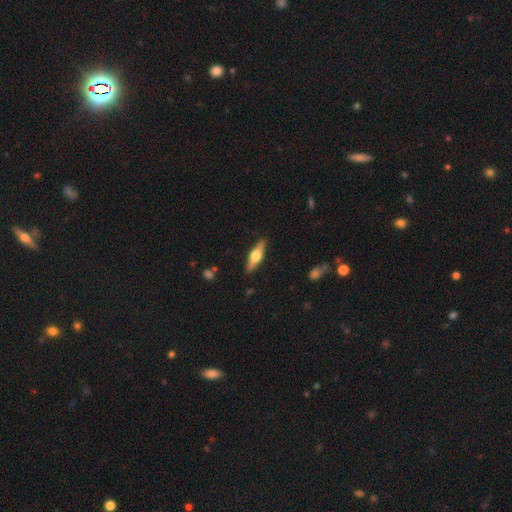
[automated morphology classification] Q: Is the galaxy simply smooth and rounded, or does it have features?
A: featured or disk — 61%.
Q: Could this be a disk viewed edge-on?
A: yes — 95%.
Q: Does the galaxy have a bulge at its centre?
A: rounded — 95%.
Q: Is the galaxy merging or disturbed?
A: none — 89%.